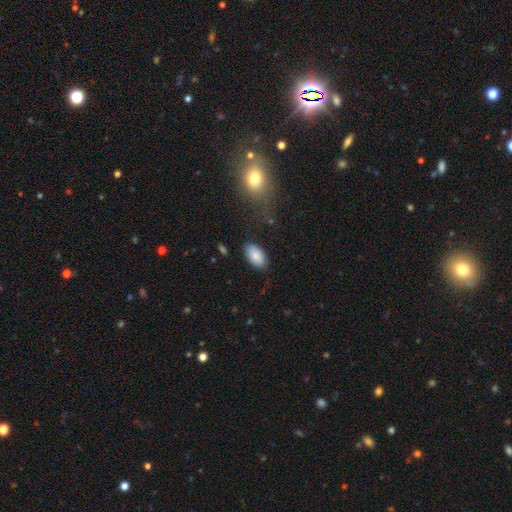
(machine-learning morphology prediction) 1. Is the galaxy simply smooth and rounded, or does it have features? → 87% smooth, 7% star or artifact, 6% featured or disk.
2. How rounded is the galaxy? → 95% in between, 3% round, 2% cigar-shaped.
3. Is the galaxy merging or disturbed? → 82% none, 13% minor disturbance, 3% major disturbance, 2% merger.